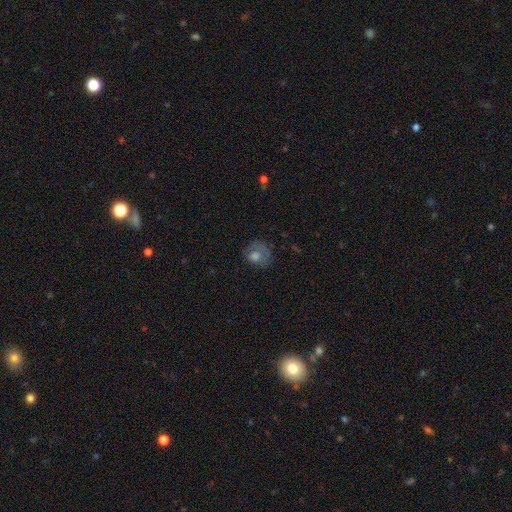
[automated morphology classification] Smooth or featured? smooth (54%)
How rounded? round (69%)
Merging? none (57%)